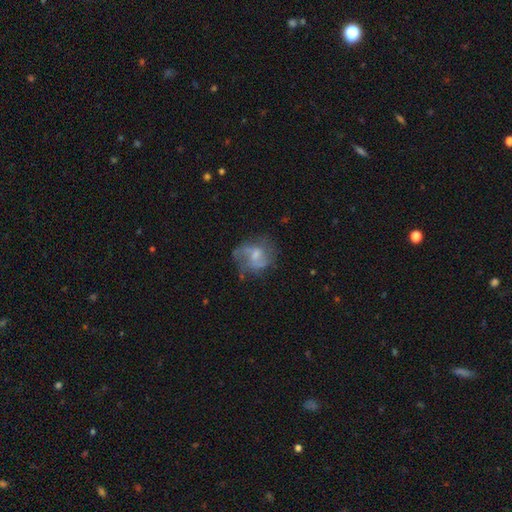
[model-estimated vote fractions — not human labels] Smooth or featured: featured or disk — 62% (smooth — 29%)
Edge-on disk: no — 98% (yes — 2%)
Bar: weak — 46% (no — 45%)
Spiral arms: yes — 74% (no — 26%)
Bulge size: moderate — 40% (small — 35%)
Merging: none — 49% (minor disturbance — 24%)